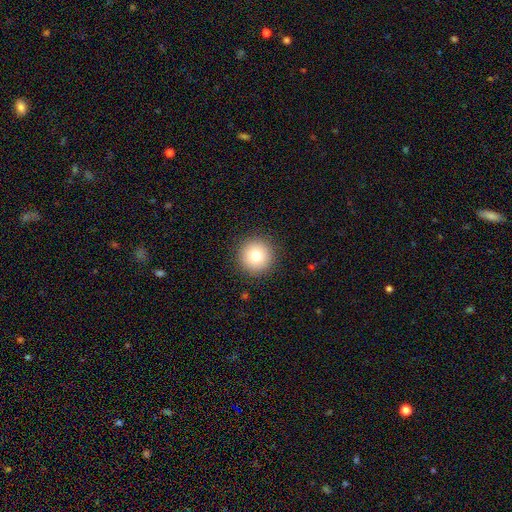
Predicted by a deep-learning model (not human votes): Smooth or featured: smooth — 78% (star or artifact — 11%)
How rounded: round — 96% (in between — 3%)
Merging: none — 92% (minor disturbance — 5%)